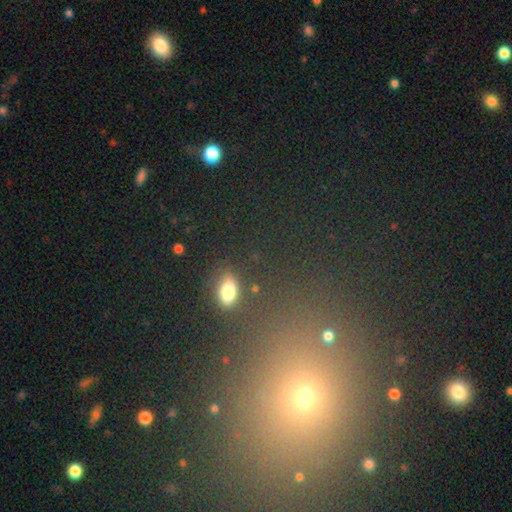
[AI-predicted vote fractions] The model was most divided on "smooth or featured": star or artifact: 49%, smooth: 43%, featured or disk: 8%.